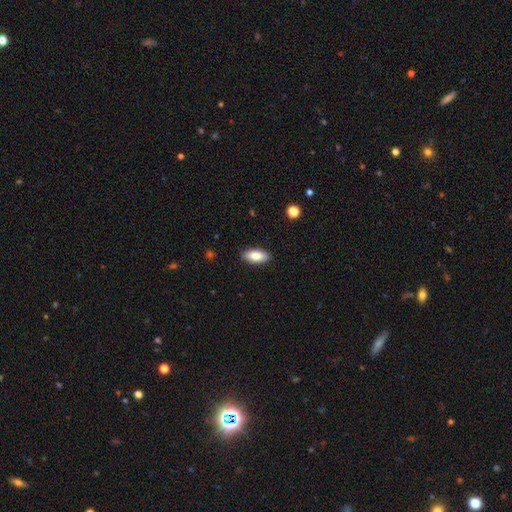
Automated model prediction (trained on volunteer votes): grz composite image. It shows a smooth galaxy with no disk features (82%) that is in between round and cigar-shaped (87%). Merging: none (90%).